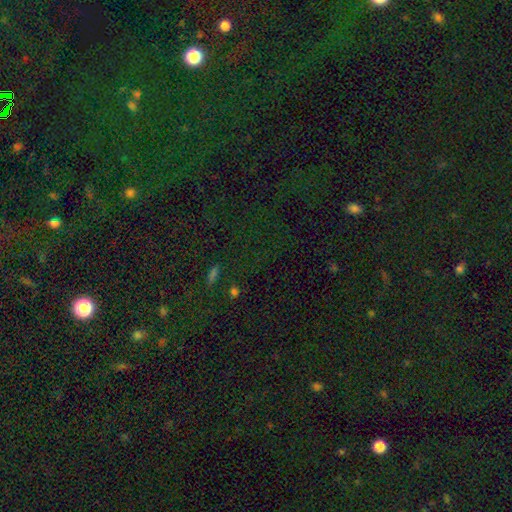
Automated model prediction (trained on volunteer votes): Smooth or featured?
  - star or artifact: 77% *
  - smooth: 15%
  - featured or disk: 8%